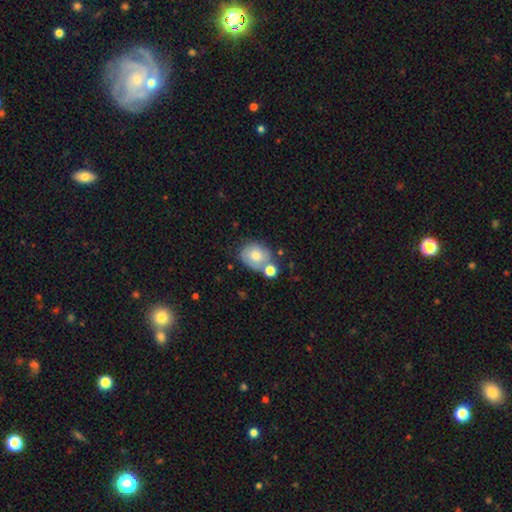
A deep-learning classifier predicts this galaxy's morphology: Smooth or featured?
  - smooth: 65% *
  - featured or disk: 27%
  - star or artifact: 8%
How rounded?
  - in between: 51% *
  - round: 48%
  - cigar-shaped: 1%
Merging?
  - none: 44% *
  - merger: 27%
  - minor disturbance: 21%
  - major disturbance: 8%